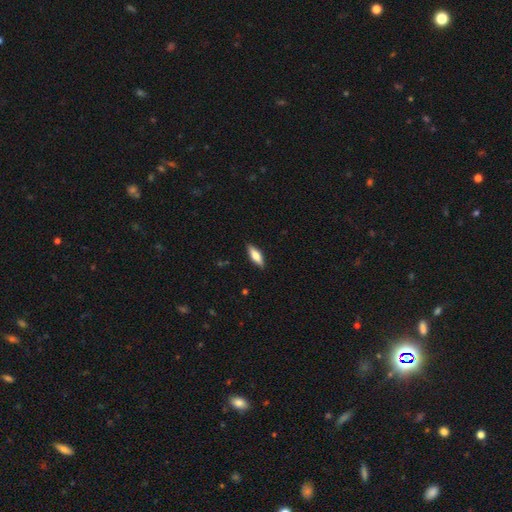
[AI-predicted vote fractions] Smooth or featured: smooth — 65% (featured or disk — 29%)
How rounded: in between — 58% (cigar-shaped — 40%)
Merging: none — 88% (minor disturbance — 9%)